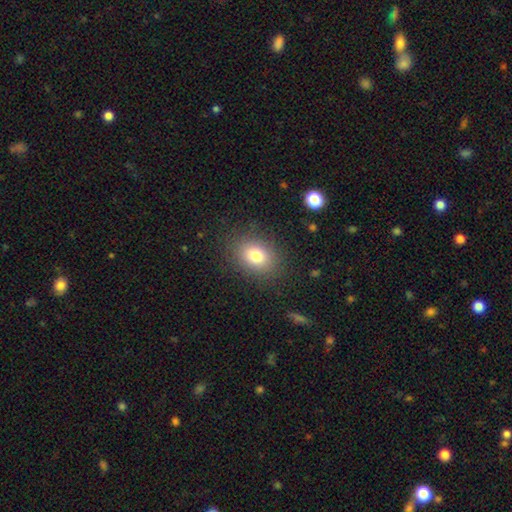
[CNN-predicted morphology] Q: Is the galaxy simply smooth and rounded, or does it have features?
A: smooth — 78%.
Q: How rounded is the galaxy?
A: in between — 57%.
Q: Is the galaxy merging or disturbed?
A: none — 85%.